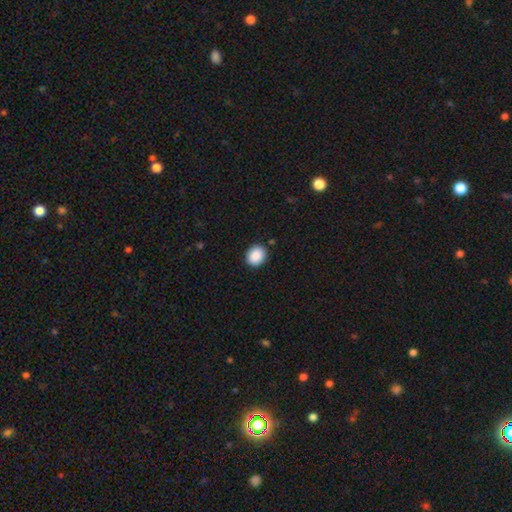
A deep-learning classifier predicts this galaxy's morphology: A smooth galaxy with no disk features (89%) that is round (66%). Merging: none (89%).